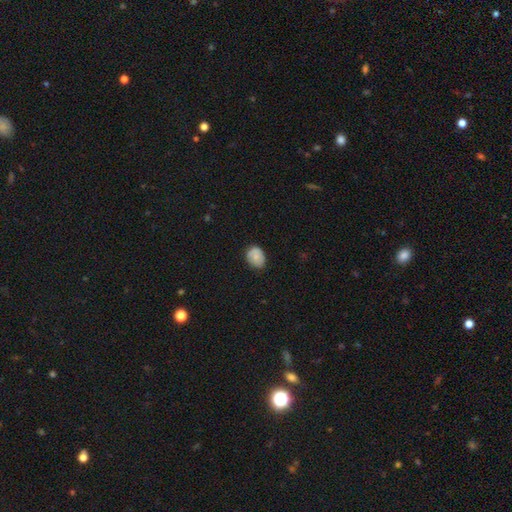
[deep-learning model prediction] Smooth or featured? Predicted: smooth (p=0.71). How rounded? Predicted: in between (p=0.61). Merging? Predicted: none (p=0.74).